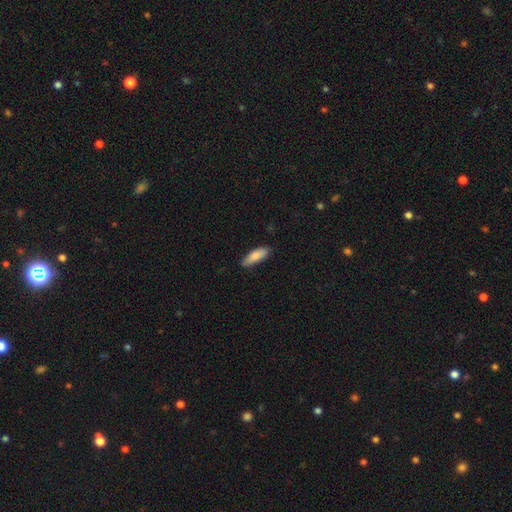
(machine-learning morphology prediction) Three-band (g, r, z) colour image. It shows a smooth galaxy with no disk features (83%) that is in between round and cigar-shaped (54%). Merging: none (80%).